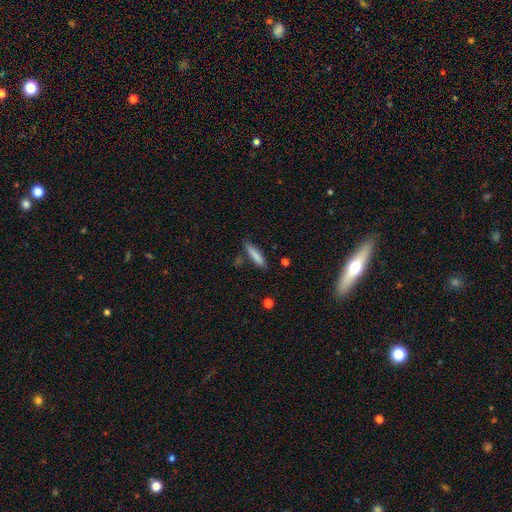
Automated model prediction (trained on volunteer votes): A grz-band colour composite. It shows a smooth galaxy with no disk features (82%) that is cigar-shaped (85%). Merging: none (80%).